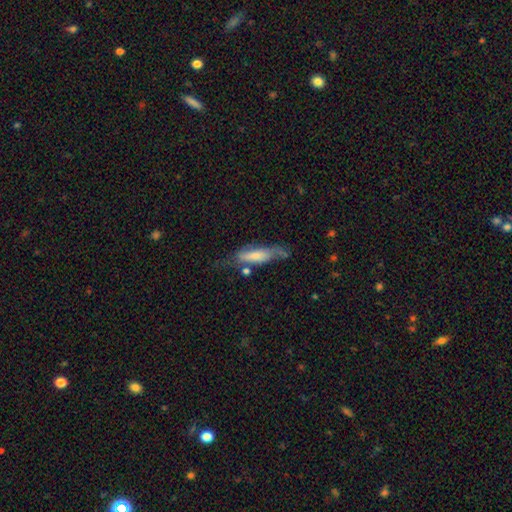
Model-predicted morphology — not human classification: Smooth or featured? smooth (56%)
How rounded? cigar-shaped (49%, tied with in between)
Merging? none (41%)